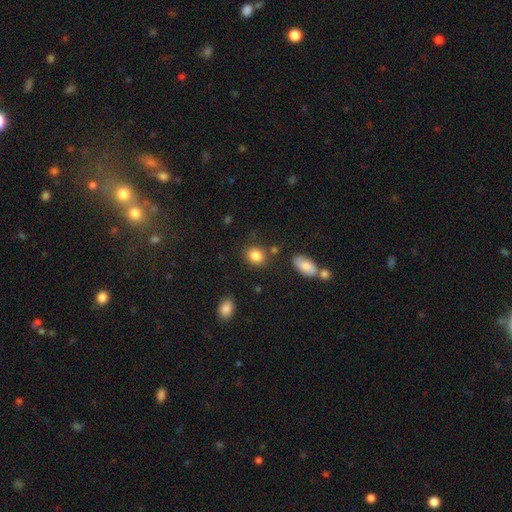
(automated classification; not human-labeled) Smooth or featured?
  - smooth: 85% *
  - star or artifact: 9%
  - featured or disk: 5%
How rounded?
  - round: 58% *
  - in between: 41%
  - cigar-shaped: 1%
Merging?
  - none: 78% *
  - minor disturbance: 12%
  - merger: 6%
  - major disturbance: 4%